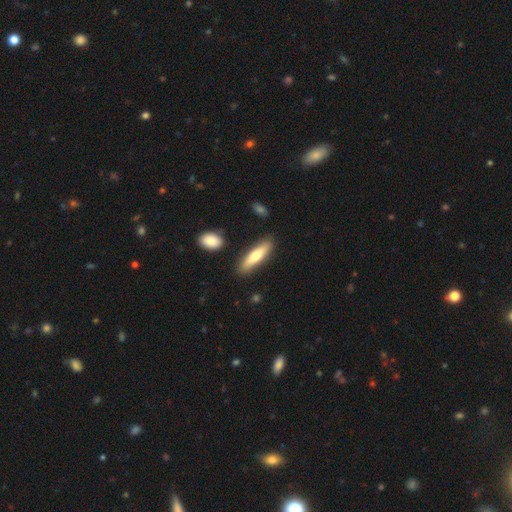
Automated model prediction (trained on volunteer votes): Smooth or featured: smooth — 63% (featured or disk — 31%)
How rounded: cigar-shaped — 72% (in between — 27%)
Merging: none — 84% (minor disturbance — 10%)